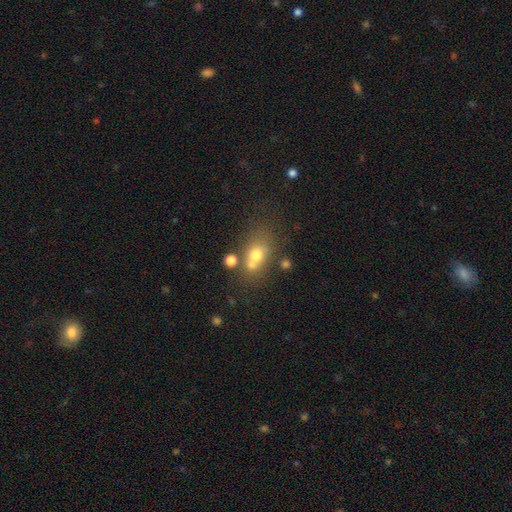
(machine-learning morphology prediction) Smooth or featured: smooth — 63% (featured or disk — 21%)
How rounded: in between — 52% (round — 46%)
Merging: none — 44% (merger — 35%)